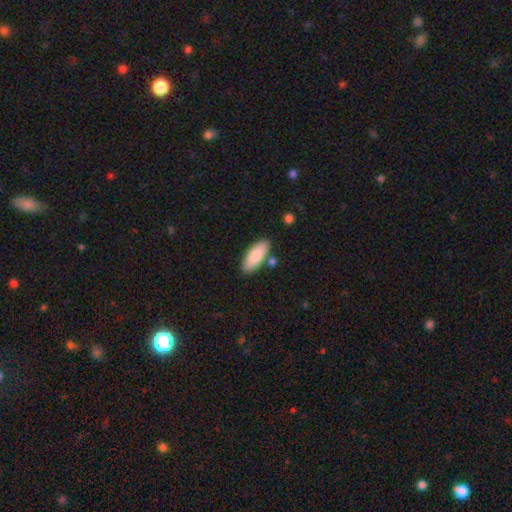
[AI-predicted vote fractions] This is clearly a smooth galaxy (83%). How rounded: clearly in between (80%). Merging: clearly none (81%).